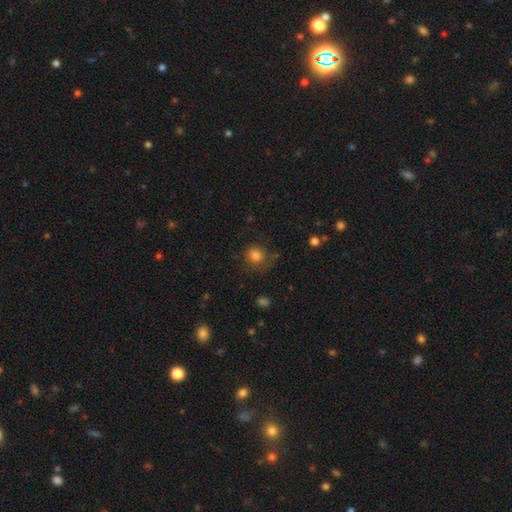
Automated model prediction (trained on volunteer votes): Overall: smooth (80%). How rounded: round (84%). Merging: none (68%).